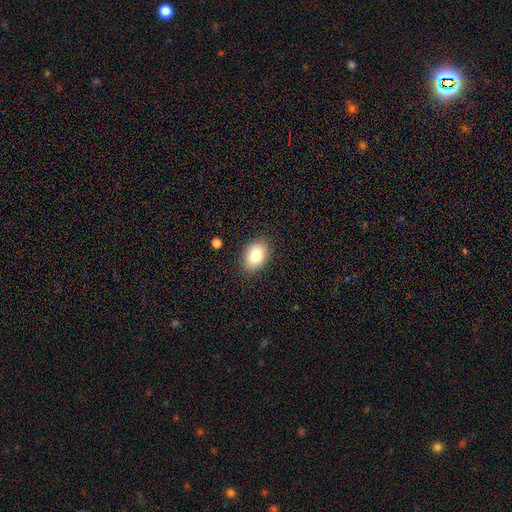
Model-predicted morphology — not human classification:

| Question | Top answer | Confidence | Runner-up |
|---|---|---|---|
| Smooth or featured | smooth | 82% | featured or disk (10%) |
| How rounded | in between | 81% | round (18%) |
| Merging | none | 86% | minor disturbance (10%) |